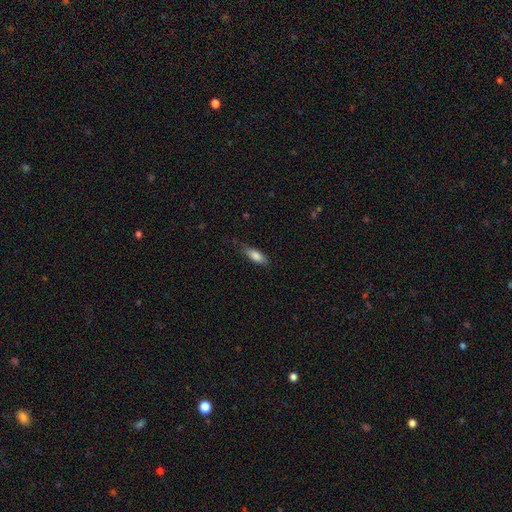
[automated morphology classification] smooth_or_featured: smooth (p=0.81) [alt: featured or disk p=0.12]
how_rounded: in between (p=0.68) [alt: cigar-shaped p=0.30]
merging: none (p=0.74) [alt: minor disturbance p=0.20]